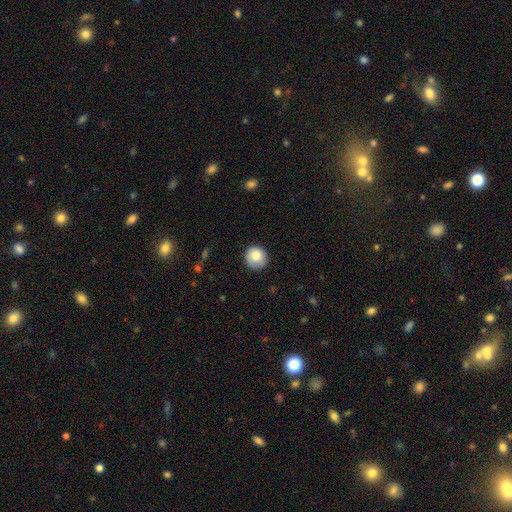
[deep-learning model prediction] smooth_or_featured: smooth (p=0.84) [alt: featured or disk p=0.08]
how_rounded: round (p=0.91) [alt: in between p=0.08]
merging: none (p=0.83) [alt: minor disturbance p=0.13]